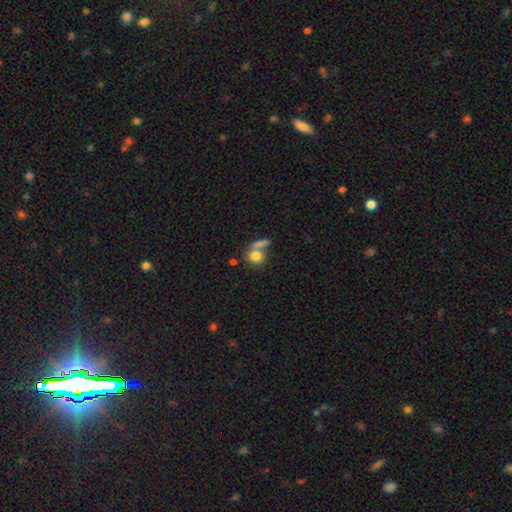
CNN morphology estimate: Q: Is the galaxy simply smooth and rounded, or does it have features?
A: smooth — 81%.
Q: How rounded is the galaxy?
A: round — 69%.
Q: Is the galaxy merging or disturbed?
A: none — 45%.